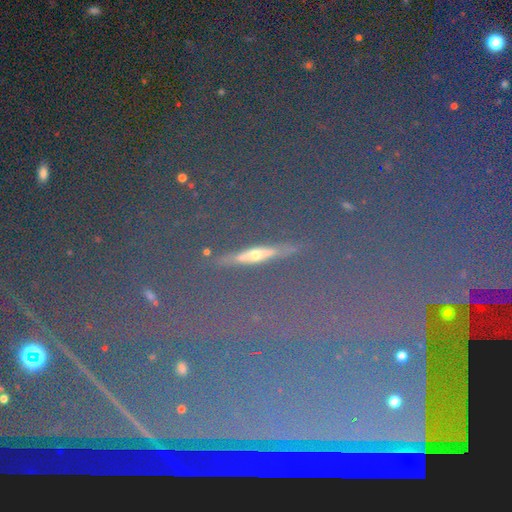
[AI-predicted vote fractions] This is clearly a star or artifact rather than a galaxy (84%).